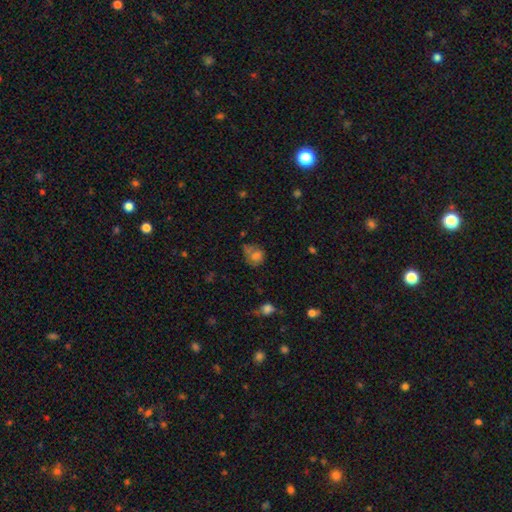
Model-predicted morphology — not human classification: smooth-or-featured: smooth: 64% | featured or disk: 21% | star or artifact: 14%
  how-rounded: round: 55% | in between: 43% | cigar-shaped: 1%
  merging: none: 37% | minor disturbance: 29% | major disturbance: 24% | merger: 10%